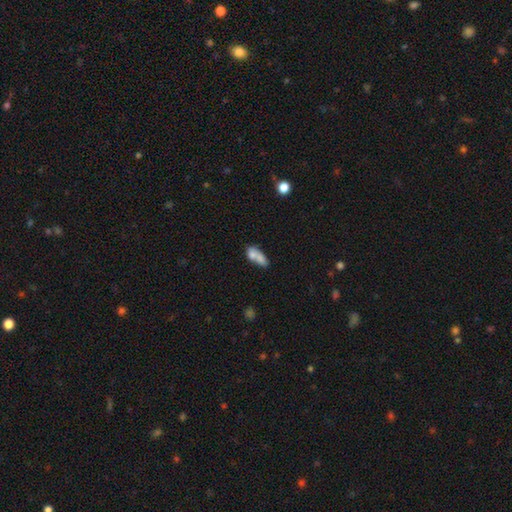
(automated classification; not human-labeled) Smooth or featured?
  - smooth: 71% *
  - featured or disk: 20%
  - star or artifact: 9%
How rounded?
  - in between: 76% *
  - cigar-shaped: 14%
  - round: 10%
Merging?
  - merger: 56% *
  - none: 25%
  - minor disturbance: 12%
  - major disturbance: 7%